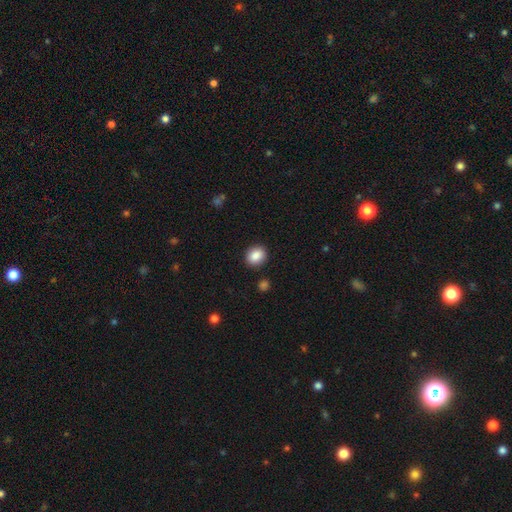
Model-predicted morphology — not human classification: A smooth galaxy with no disk features (88%) that is round (58%).

Vote fractions:
- Smooth or featured? smooth: 88% / star or artifact: 8% / featured or disk: 4%
- How rounded? round: 58% / in between: 41% / cigar-shaped: 1%
- Merging? none: 89% / minor disturbance: 7% / major disturbance: 2% / merger: 2%